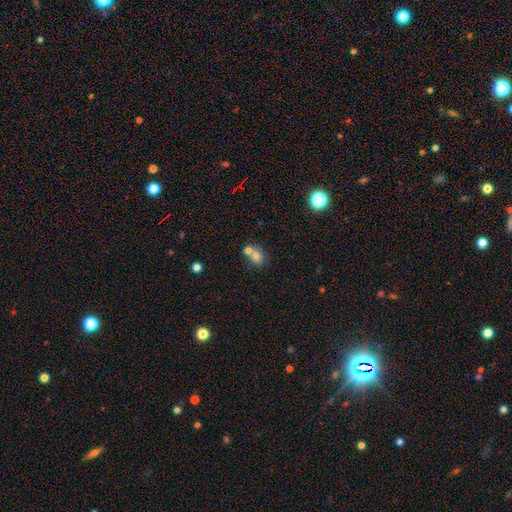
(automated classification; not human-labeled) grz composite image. It shows a smooth galaxy with no disk features (75%) that is in between round and cigar-shaped (50%). Merging: merger (47%).